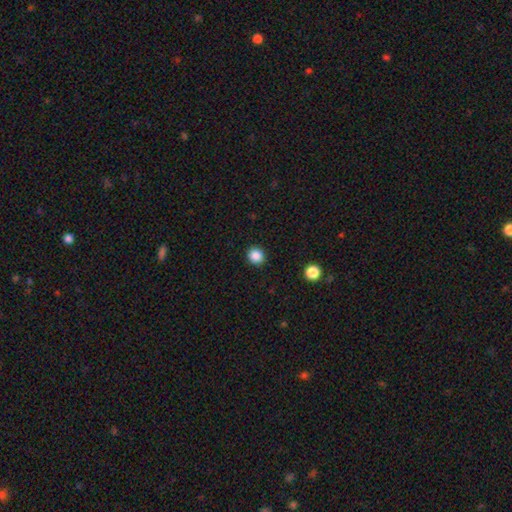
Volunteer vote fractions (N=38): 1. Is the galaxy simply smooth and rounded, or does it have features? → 89% smooth, 8% star or artifact, 3% featured or disk.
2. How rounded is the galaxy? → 76% round, 24% in between, 0% cigar-shaped.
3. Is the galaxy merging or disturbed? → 91% none, 6% minor disturbance, 3% major disturbance, 0% merger.